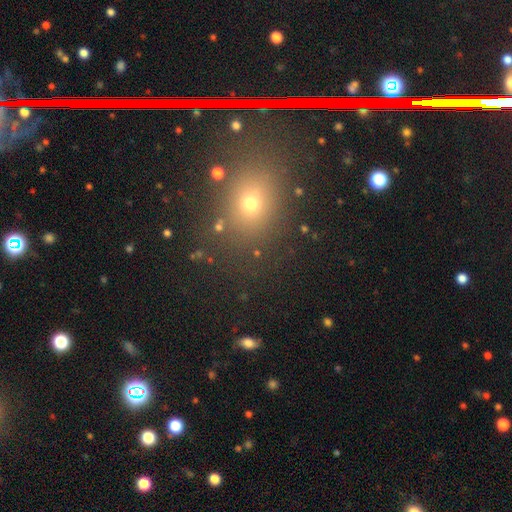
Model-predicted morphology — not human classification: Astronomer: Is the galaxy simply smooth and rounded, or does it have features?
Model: smooth — 49% (runner-up: star or artifact, 39%).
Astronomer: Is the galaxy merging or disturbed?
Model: none — 83%.